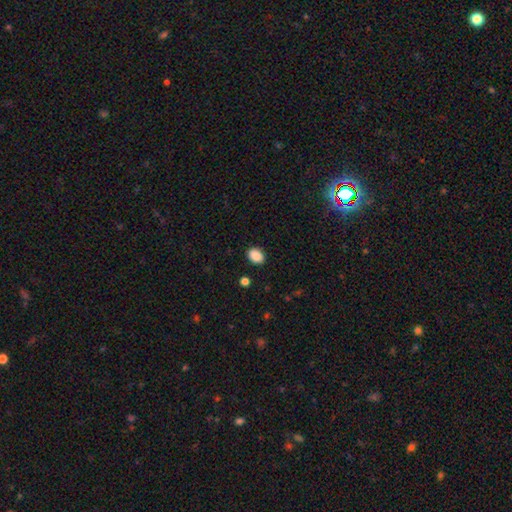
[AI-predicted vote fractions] Q: Smooth or featured?
A: smooth (89%); runner-up: star or artifact (8%)
Q: How rounded?
A: in between (72%); runner-up: round (27%)
Q: Merging?
A: none (88%); runner-up: minor disturbance (8%)